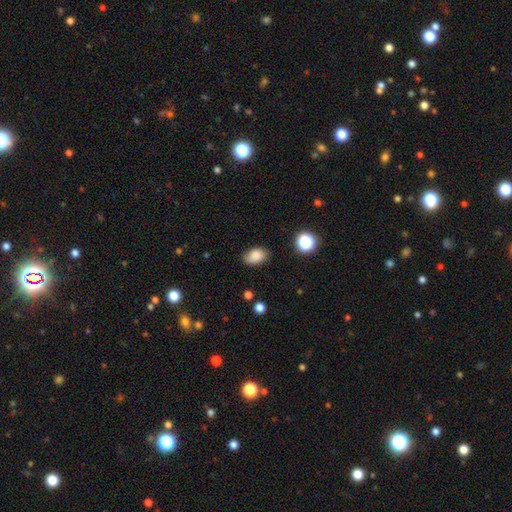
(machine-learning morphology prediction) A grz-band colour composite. It shows a smooth galaxy with no disk features (83%) that is in between round and cigar-shaped (86%). Merging: none (76%).